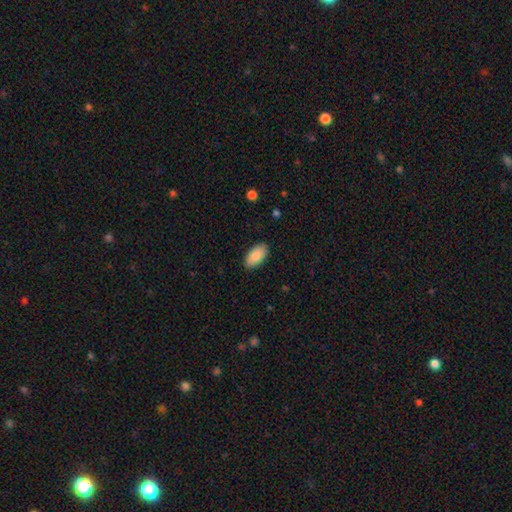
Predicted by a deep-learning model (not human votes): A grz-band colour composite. It shows a smooth galaxy with no disk features (87%) that is in between round and cigar-shaped (95%). Merging: none (89%).